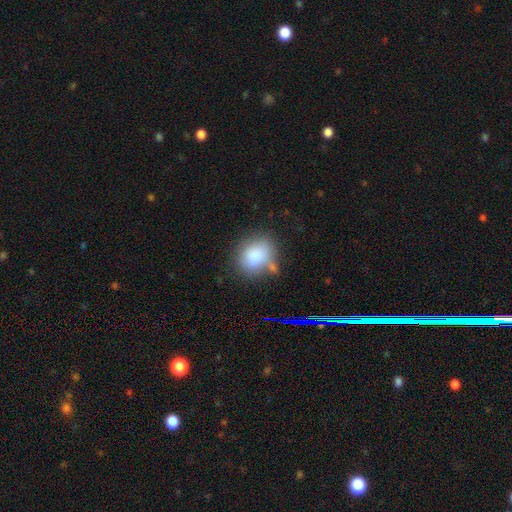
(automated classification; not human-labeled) A smooth galaxy with no disk features (83%) that is round (53%).

Vote fractions:
- Smooth or featured? smooth: 83% / star or artifact: 8% / featured or disk: 8%
- How rounded? round: 53% / in between: 46% / cigar-shaped: 1%
- Merging? none: 55% / minor disturbance: 24% / merger: 12% / major disturbance: 9%